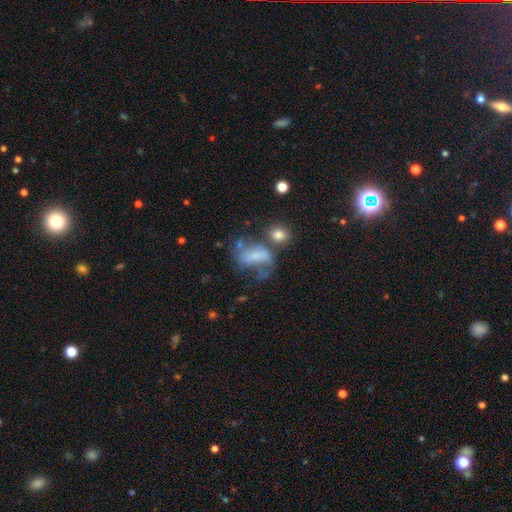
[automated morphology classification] This appears to be a smooth galaxy with no disk features (48%). Merging: none (30%).